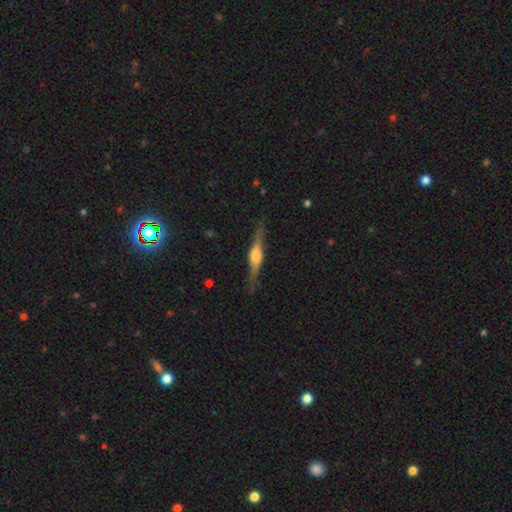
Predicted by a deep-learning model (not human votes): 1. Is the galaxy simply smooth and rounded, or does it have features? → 75% featured or disk, 20% smooth, 6% star or artifact.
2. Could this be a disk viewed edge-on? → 97% yes, 3% no.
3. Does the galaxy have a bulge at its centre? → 82% rounded, 15% boxy, 3% none.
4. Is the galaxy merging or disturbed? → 84% none, 12% minor disturbance, 3% major disturbance, 1% merger.